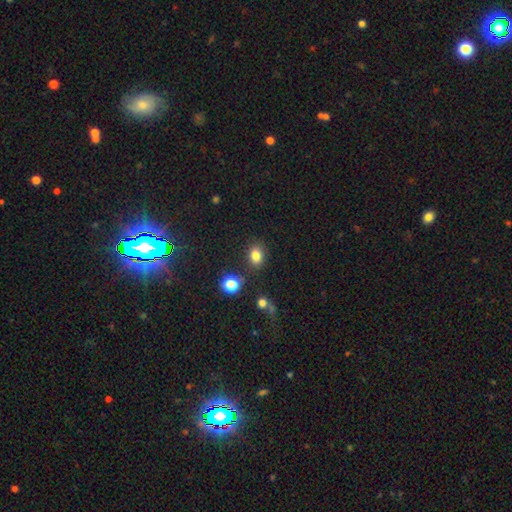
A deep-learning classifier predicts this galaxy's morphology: A smooth galaxy with no disk features (81%) that is in between round and cigar-shaped (60%).

Vote fractions:
- Smooth or featured? smooth: 81% / star or artifact: 13% / featured or disk: 6%
- How rounded? in between: 60% / round: 39% / cigar-shaped: 1%
- Merging? none: 81% / minor disturbance: 11% / merger: 4% / major disturbance: 4%